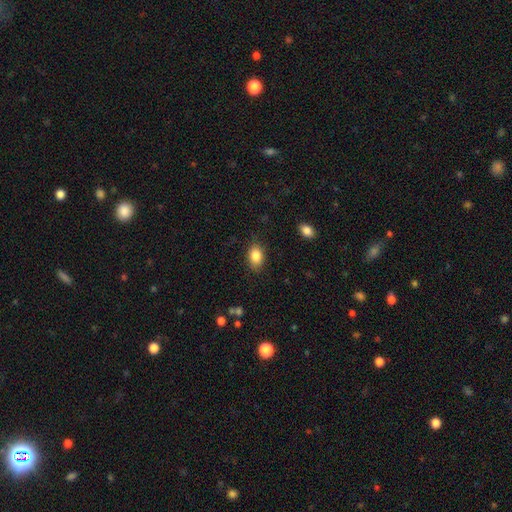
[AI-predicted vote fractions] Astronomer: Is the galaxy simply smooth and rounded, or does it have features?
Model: smooth — 85%.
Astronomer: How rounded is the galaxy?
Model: in between — 84%.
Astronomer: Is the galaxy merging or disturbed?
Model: none — 83%.